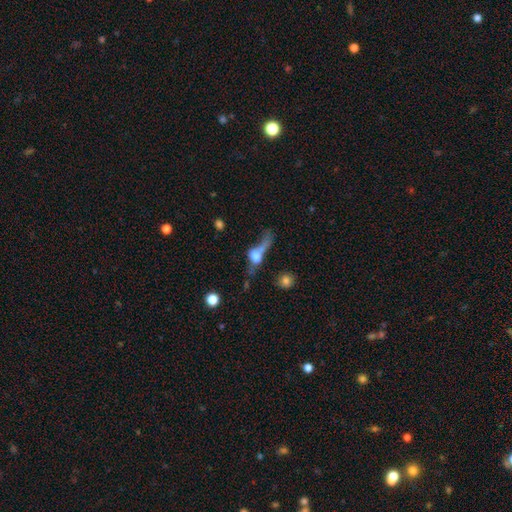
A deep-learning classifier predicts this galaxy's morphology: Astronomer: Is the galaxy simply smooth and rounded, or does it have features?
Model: smooth — 56%.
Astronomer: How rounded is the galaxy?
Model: in between — 53% (runner-up: round, 29%).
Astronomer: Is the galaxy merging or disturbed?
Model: major disturbance — 39% (runner-up: merger, 30%).